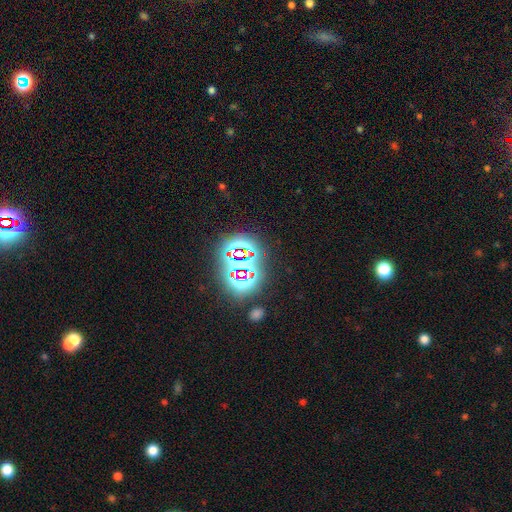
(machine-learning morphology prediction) Smooth or featured? Predicted: star or artifact (p=0.74).